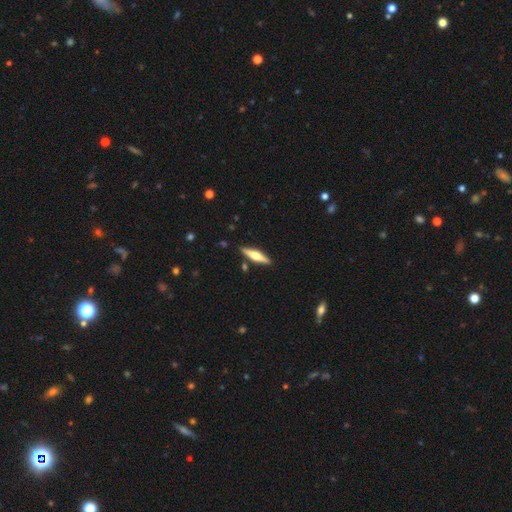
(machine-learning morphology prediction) Overall: featured or disk (54%; smooth 41%). Edge-on disk: yes (96%). Edge-on bulge: rounded (87%). Merging: none (87%).